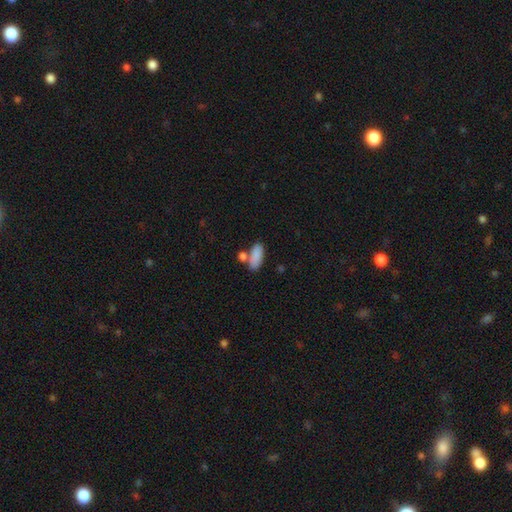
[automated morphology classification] A smooth galaxy with no disk features (87%) that is in between round and cigar-shaped (83%). Merging: none (60%).